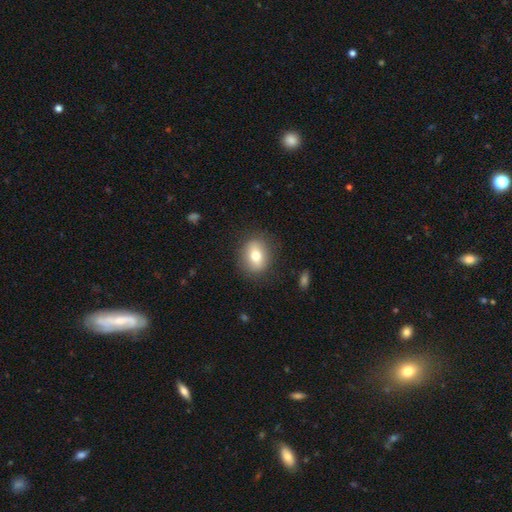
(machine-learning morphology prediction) A smooth galaxy with no disk features (72%) that is in between round and cigar-shaped (52%). Merging: none (85%).